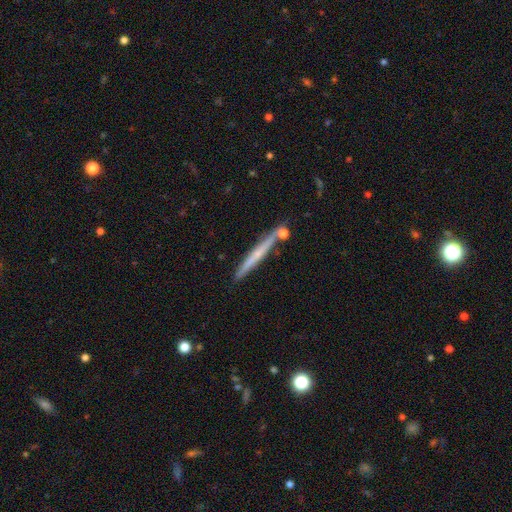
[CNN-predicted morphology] Smooth or featured: featured or disk — 53% (smooth — 41%)
Edge-on disk: yes — 97% (no — 3%)
Edge-on bulge: none — 61% (rounded — 34%)
Merging: none — 81% (minor disturbance — 10%)